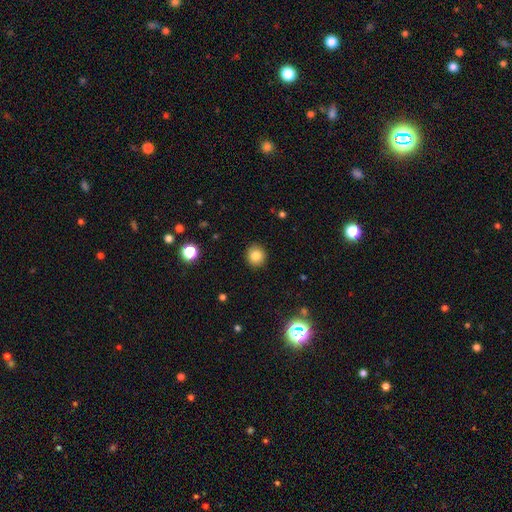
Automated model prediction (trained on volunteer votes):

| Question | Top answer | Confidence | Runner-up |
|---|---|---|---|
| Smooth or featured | smooth | 83% | star or artifact (11%) |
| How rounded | round | 89% | in between (10%) |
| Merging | none | 91% | minor disturbance (6%) |